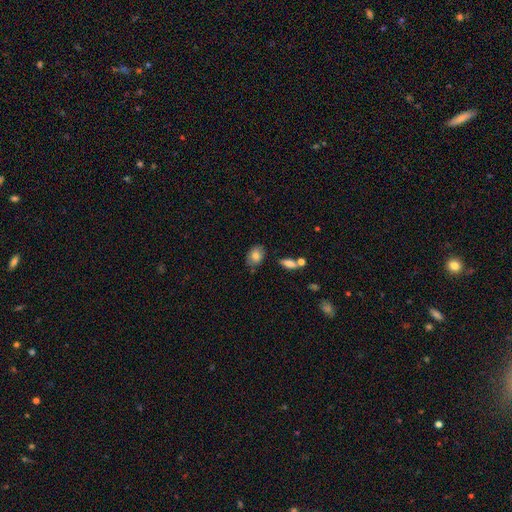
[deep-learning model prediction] Smooth or featured?
  - smooth: 79% *
  - featured or disk: 12%
  - star or artifact: 8%
How rounded?
  - in between: 68% *
  - round: 30%
  - cigar-shaped: 2%
Merging?
  - none: 73% *
  - minor disturbance: 18%
  - merger: 5%
  - major disturbance: 4%